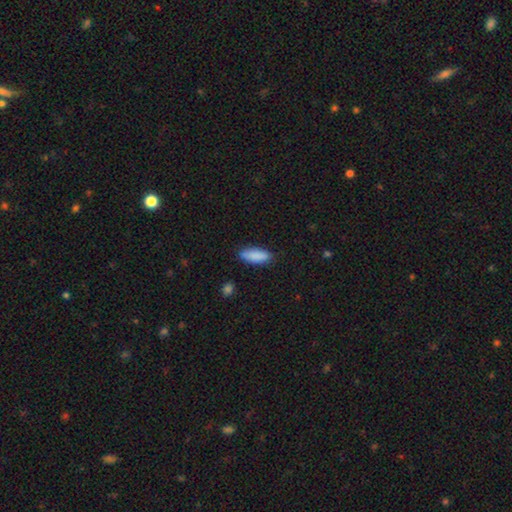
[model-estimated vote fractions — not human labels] smooth 88%, star or artifact 6%, featured or disk 5%. Down the decision tree: how rounded — in between (73%); merging — none (82%).